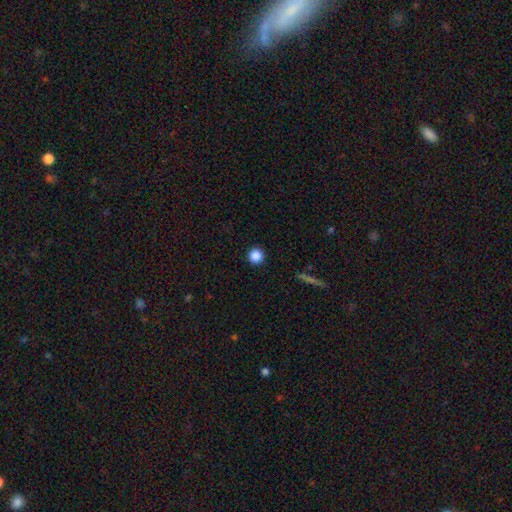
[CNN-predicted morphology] type=smooth (86%); roundness=round (96%); merging=none (93%).